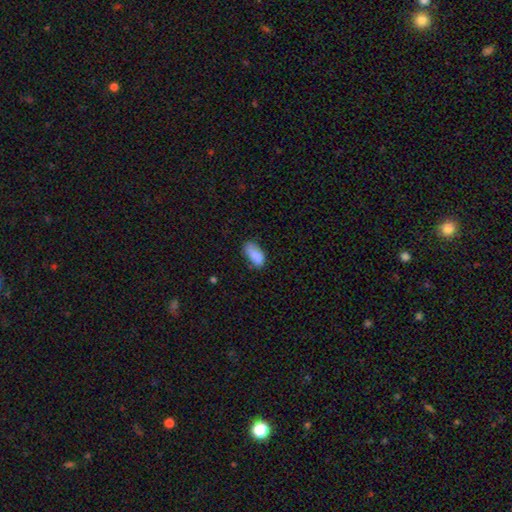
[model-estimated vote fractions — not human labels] Smooth or featured? Predicted: smooth (p=0.86). How rounded? Predicted: in between (p=0.92). Merging? Predicted: none (p=0.57).